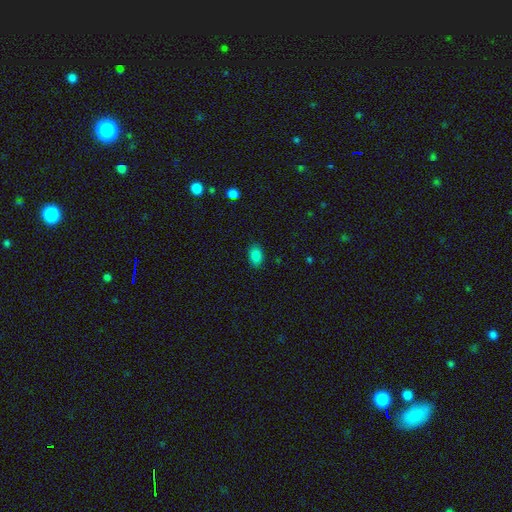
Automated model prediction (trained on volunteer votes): smooth-or-featured: smooth: 85% | star or artifact: 11% | featured or disk: 4%
  how-rounded: in between: 87% | round: 11% | cigar-shaped: 2%
  merging: none: 87% | minor disturbance: 10% | major disturbance: 2% | merger: 1%